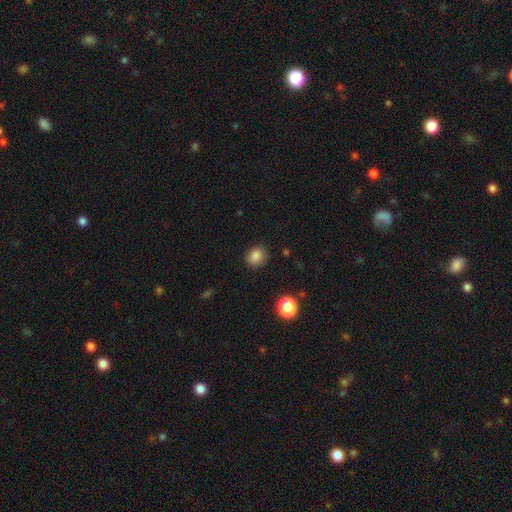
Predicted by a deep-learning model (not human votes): A smooth galaxy with no disk features (84%) that is round (67%). Merging: none (85%).